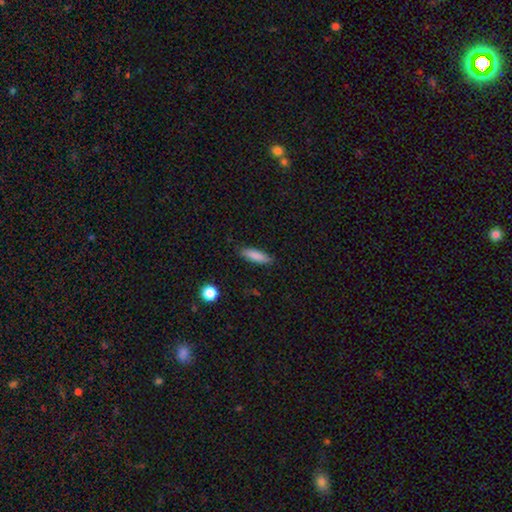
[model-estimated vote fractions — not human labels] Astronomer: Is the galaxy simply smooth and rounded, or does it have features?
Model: smooth — 85%.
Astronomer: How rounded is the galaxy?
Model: cigar-shaped — 58% (runner-up: in between, 40%).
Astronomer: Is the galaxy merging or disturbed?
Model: none — 86%.